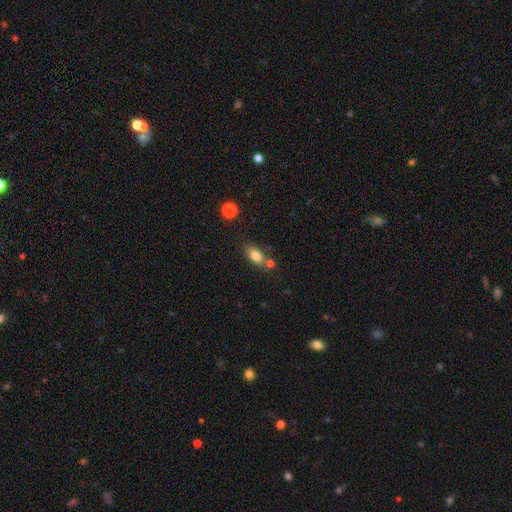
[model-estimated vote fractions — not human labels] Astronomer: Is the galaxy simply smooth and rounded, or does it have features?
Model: smooth — 82%.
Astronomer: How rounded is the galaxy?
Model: in between — 84%.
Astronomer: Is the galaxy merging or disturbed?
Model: none — 64%.